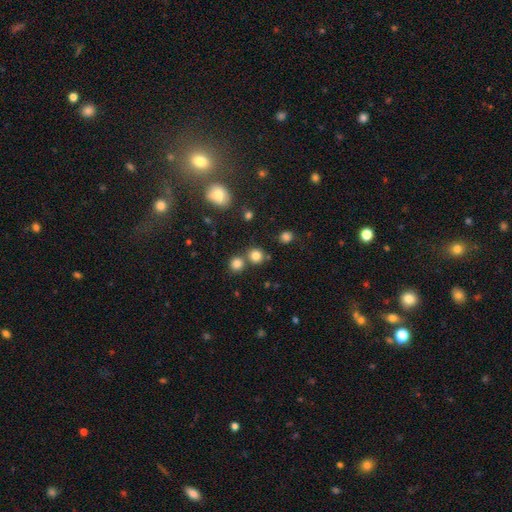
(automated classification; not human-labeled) Smooth or featured: smooth — 80% (star or artifact — 15%)
How rounded: round — 89% (in between — 10%)
Merging: none — 71% (merger — 19%)